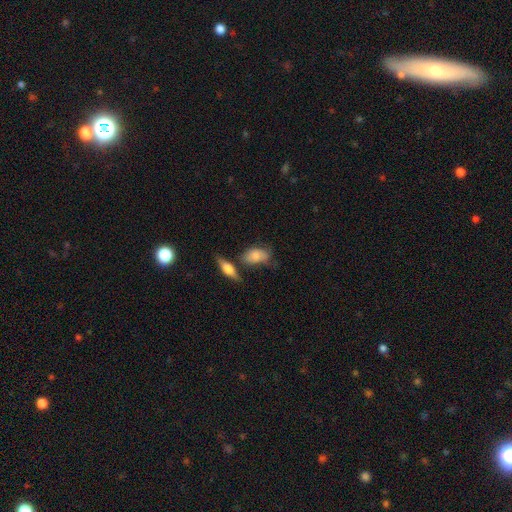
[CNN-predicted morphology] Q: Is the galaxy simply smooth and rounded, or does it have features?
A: smooth — 77%.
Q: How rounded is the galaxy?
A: in between — 87%.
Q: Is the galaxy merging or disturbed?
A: none — 50%.